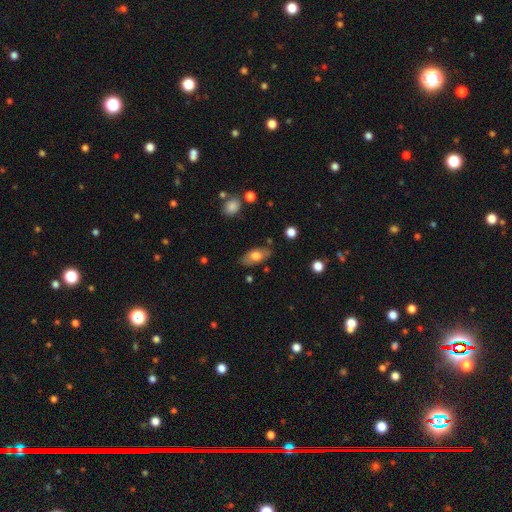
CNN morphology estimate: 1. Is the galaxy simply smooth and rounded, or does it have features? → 70% smooth, 23% featured or disk, 7% star or artifact.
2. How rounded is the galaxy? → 90% in between, 6% cigar-shaped, 4% round.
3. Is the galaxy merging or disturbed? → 79% none, 15% minor disturbance, 3% major disturbance, 2% merger.